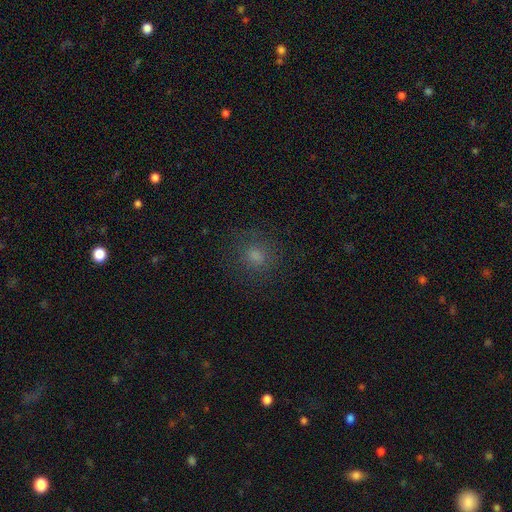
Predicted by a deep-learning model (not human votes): Smooth or featured?
  - smooth: 72% *
  - star or artifact: 18%
  - featured or disk: 10%
How rounded?
  - round: 83% *
  - in between: 16%
  - cigar-shaped: 1%
Merging?
  - none: 81% *
  - minor disturbance: 12%
  - major disturbance: 6%
  - merger: 1%